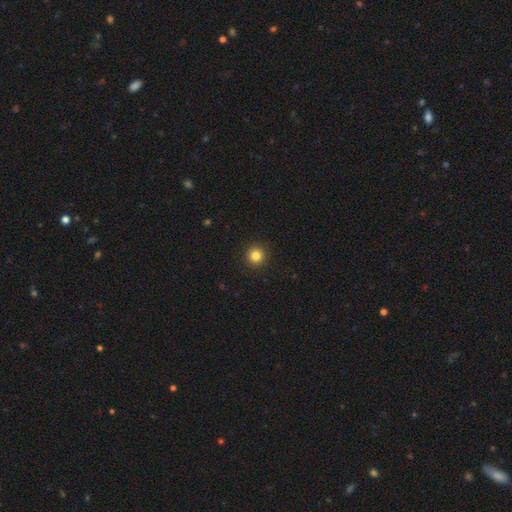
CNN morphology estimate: A smooth galaxy with no disk features (83%) that is round (95%).

Vote fractions:
- Smooth or featured? smooth: 83% / star or artifact: 12% / featured or disk: 4%
- How rounded? round: 95% / in between: 4% / cigar-shaped: 1%
- Merging? none: 93% / minor disturbance: 4% / major disturbance: 2% / merger: 1%